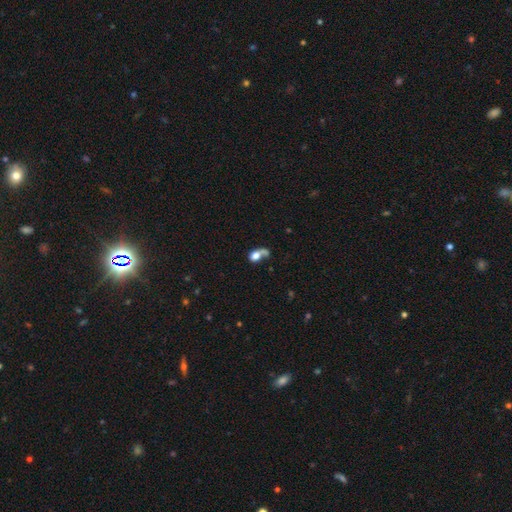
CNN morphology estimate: Smooth or featured: smooth — 68% (featured or disk — 22%)
How rounded: in between — 61% (round — 36%)
Merging: merger — 38% (none — 26%)